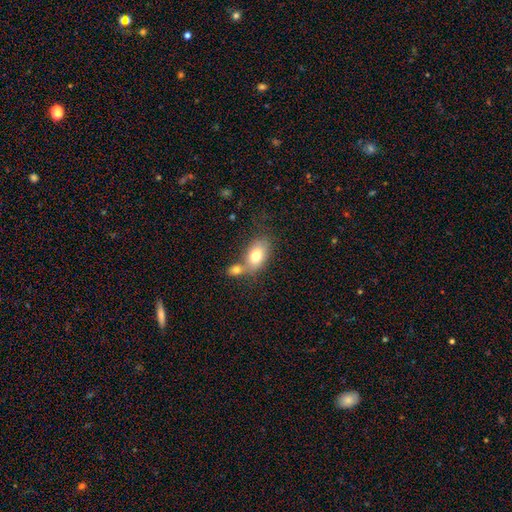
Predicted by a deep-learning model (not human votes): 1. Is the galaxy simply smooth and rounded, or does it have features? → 75% smooth, 17% featured or disk, 8% star or artifact.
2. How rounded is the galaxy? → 84% in between, 14% round, 2% cigar-shaped.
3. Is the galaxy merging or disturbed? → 43% merger, 39% none, 13% minor disturbance, 5% major disturbance.